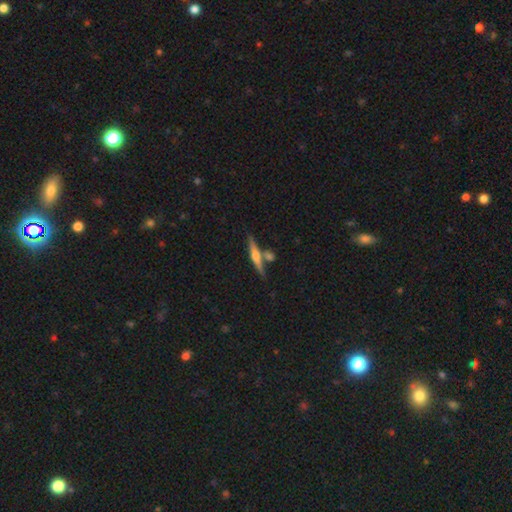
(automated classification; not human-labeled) Smooth or featured? Predicted: featured or disk (p=0.68). Edge-on disk? Predicted: yes (p=0.97). Edge-on bulge? Predicted: rounded (p=0.88). Merging? Predicted: none (p=0.72).